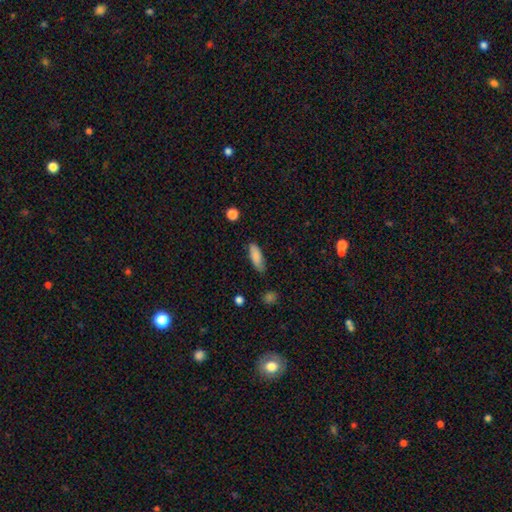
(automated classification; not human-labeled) The model was most divided on "how rounded": in between: 68%, cigar-shaped: 30%, round: 2%. More confident: smooth or featured — smooth (84%); merging — none (77%).